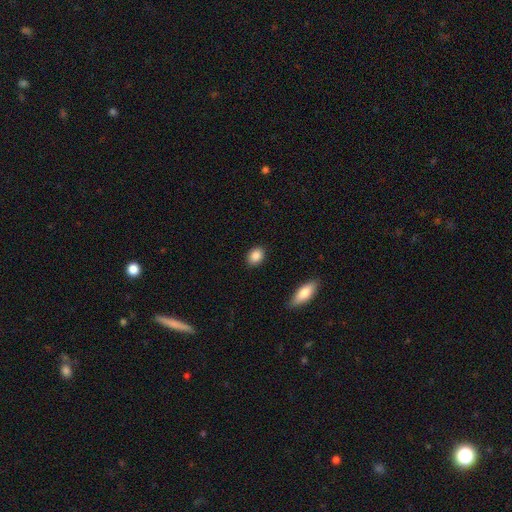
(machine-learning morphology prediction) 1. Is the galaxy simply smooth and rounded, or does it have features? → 88% smooth, 8% star or artifact, 5% featured or disk.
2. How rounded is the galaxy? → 61% in between, 37% round, 2% cigar-shaped.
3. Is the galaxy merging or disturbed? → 89% none, 8% minor disturbance, 2% major disturbance, 1% merger.